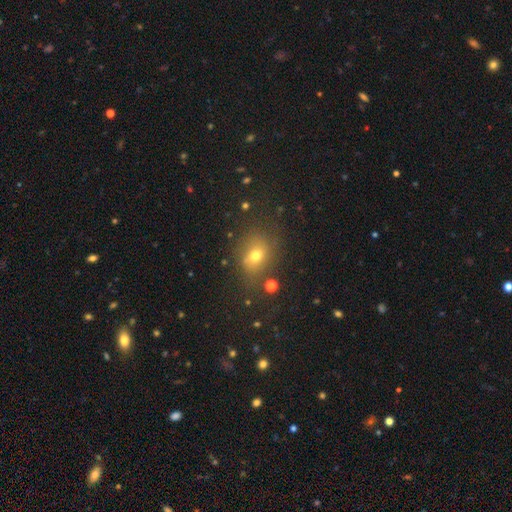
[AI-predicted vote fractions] This appears to be a smooth galaxy with no disk features (67%) that is in between round and cigar-shaped (50%). Merging: none (70%).